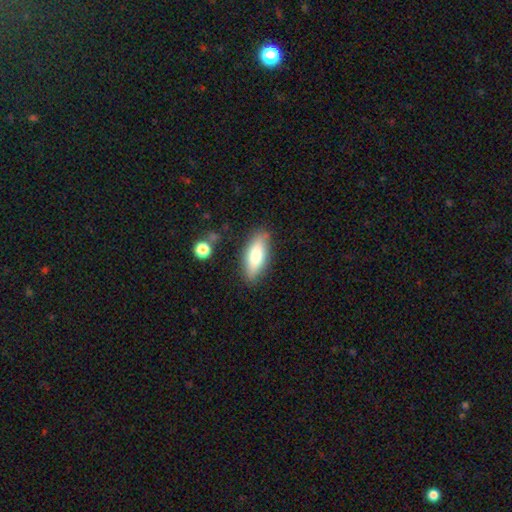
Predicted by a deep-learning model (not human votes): Morphology: type=smooth (71%); roundness=in between (67%); merging=none (83%).